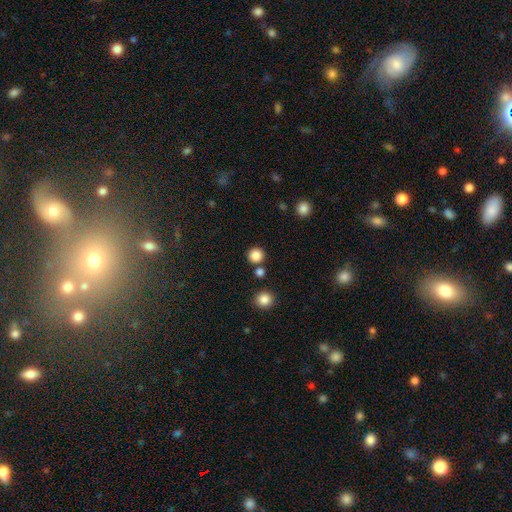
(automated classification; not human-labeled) A smooth galaxy with no disk features (84%) that is round (93%). Merging: none (83%).